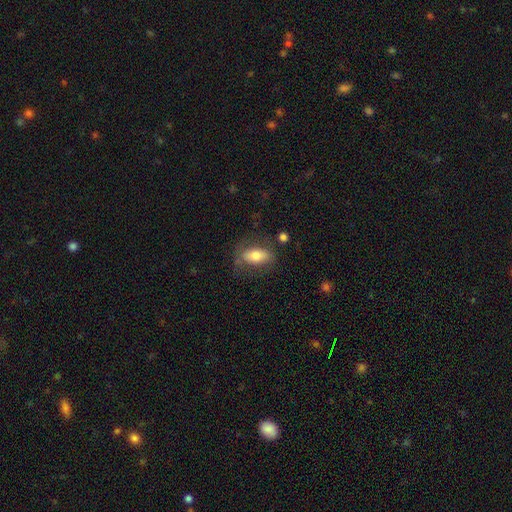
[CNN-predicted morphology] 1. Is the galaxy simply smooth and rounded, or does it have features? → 67% smooth, 25% featured or disk, 7% star or artifact.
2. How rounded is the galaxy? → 83% in between, 11% cigar-shaped, 6% round.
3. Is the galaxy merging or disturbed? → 70% none, 18% minor disturbance, 9% major disturbance, 3% merger.